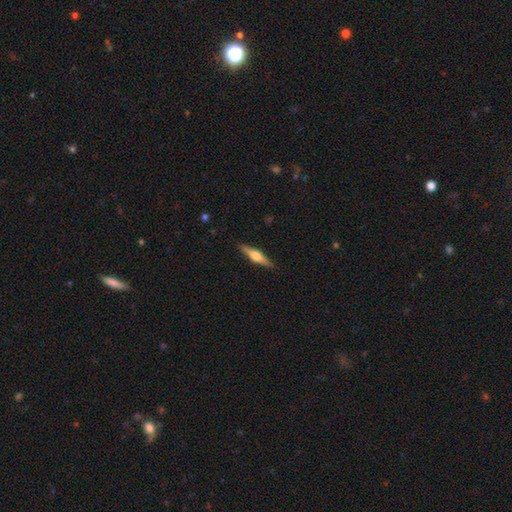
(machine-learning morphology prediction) A featured or disk galaxy (59%) viewed edge-on (96%) with a rounded central bulge (92%).

Vote fractions:
- Smooth or featured? featured or disk: 59% / smooth: 36% / star or artifact: 6%
- Edge-on disk? yes: 96% / no: 4%
- Edge-on bulge? rounded: 92% / boxy: 5% / none: 2%
- Merging? none: 90% / minor disturbance: 8% / major disturbance: 2% / merger: 1%